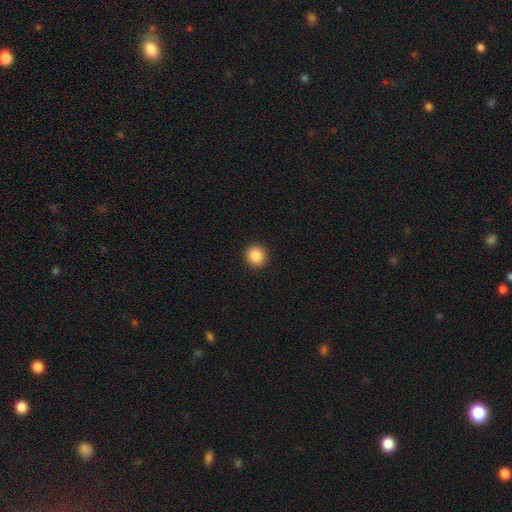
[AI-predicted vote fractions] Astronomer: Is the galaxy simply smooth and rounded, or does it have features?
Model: smooth — 87%.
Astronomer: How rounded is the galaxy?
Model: round — 91%.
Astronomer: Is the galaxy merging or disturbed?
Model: none — 93%.